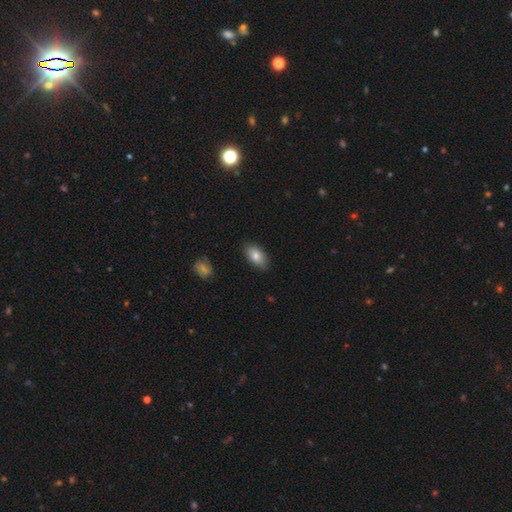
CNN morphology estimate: Overall: smooth (80%). How rounded: in between (93%). Merging: none (85%).